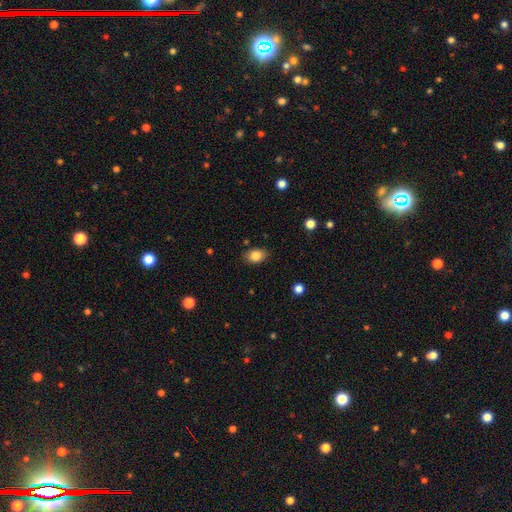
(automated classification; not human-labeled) Smooth or featured? smooth (84%)
How rounded? in between (76%)
Merging? none (84%)